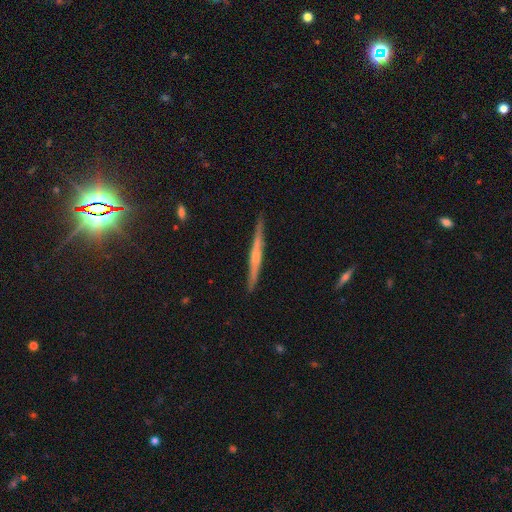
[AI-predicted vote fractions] Morphology: type=featured or disk (64%); edge-on=yes (97%); edge-on bulge=rounded (44%); merging=none (88%).